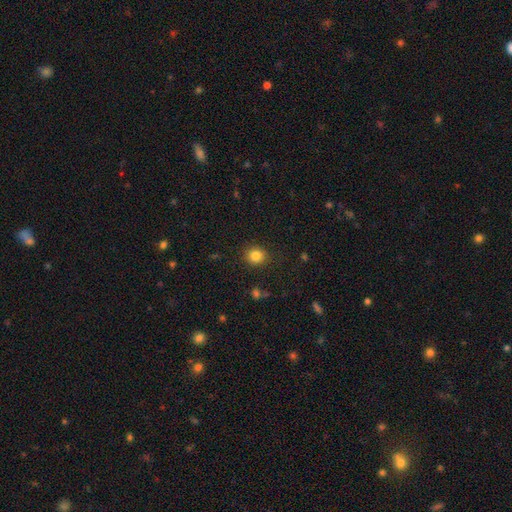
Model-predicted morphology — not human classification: Smooth or featured? smooth (84%)
How rounded? round (84%)
Merging? none (89%)